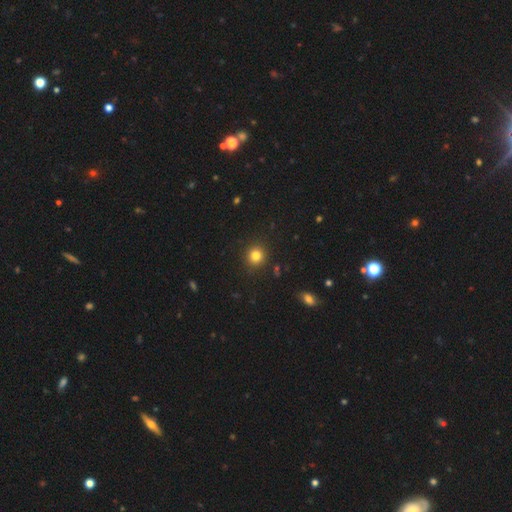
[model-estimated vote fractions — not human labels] Morphology: type=smooth (82%); roundness=round (89%); merging=none (91%).